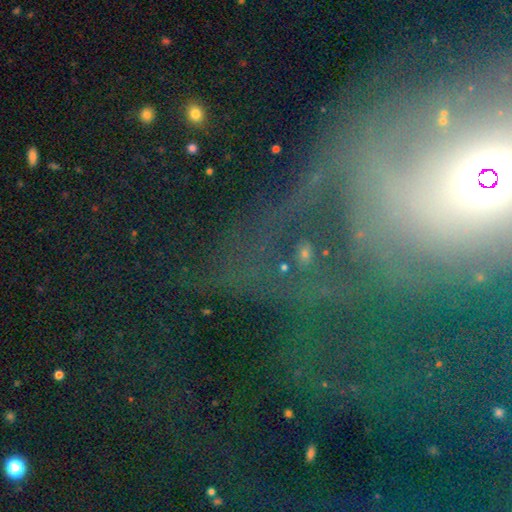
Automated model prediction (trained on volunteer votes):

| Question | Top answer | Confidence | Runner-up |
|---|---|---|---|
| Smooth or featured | featured or disk | 43% | star or artifact (40%) |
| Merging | none | 60% | major disturbance (19%) |